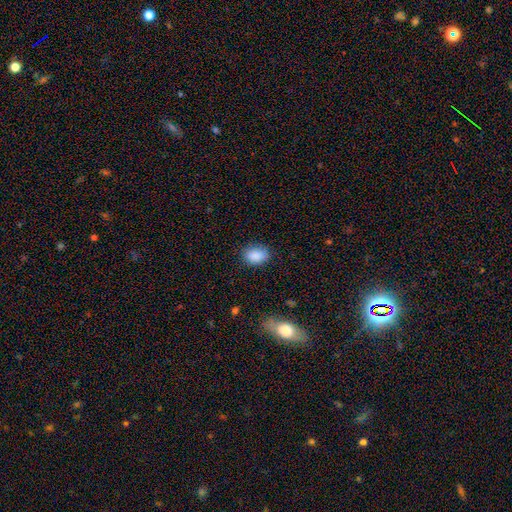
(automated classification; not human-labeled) smooth 88%, star or artifact 8%, featured or disk 4%. Down the decision tree: how rounded — in between (78%); merging — none (79%).